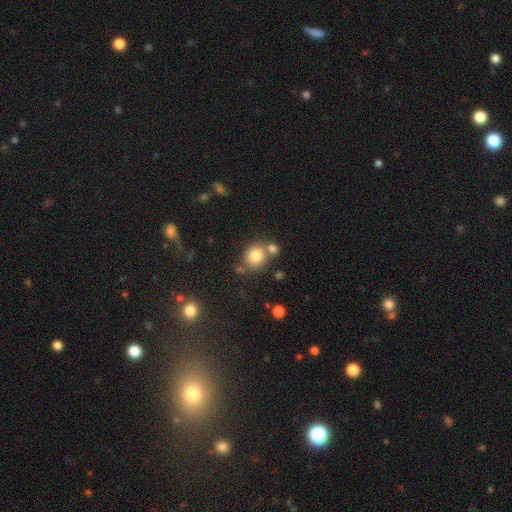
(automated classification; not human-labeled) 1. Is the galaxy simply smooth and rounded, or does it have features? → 81% smooth, 11% star or artifact, 9% featured or disk.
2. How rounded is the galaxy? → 78% round, 21% in between, 1% cigar-shaped.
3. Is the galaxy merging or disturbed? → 61% none, 24% merger, 11% minor disturbance, 4% major disturbance.